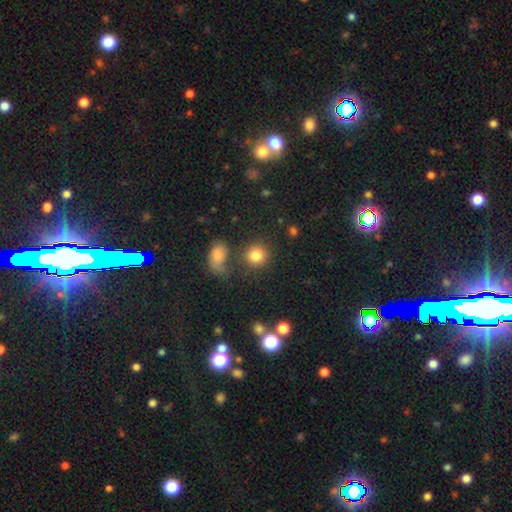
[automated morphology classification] Smooth or featured?
  - smooth: 82% *
  - star or artifact: 11%
  - featured or disk: 7%
How rounded?
  - round: 82% *
  - in between: 16%
  - cigar-shaped: 1%
Merging?
  - none: 69% *
  - merger: 14%
  - minor disturbance: 11%
  - major disturbance: 6%